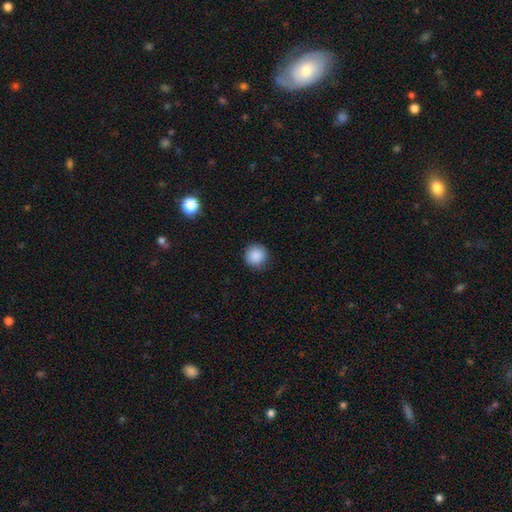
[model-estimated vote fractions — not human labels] Smooth or featured?
  - smooth: 88% *
  - star or artifact: 9%
  - featured or disk: 3%
How rounded?
  - round: 94% *
  - in between: 5%
  - cigar-shaped: 1%
Merging?
  - none: 88% *
  - minor disturbance: 9%
  - major disturbance: 2%
  - merger: 1%